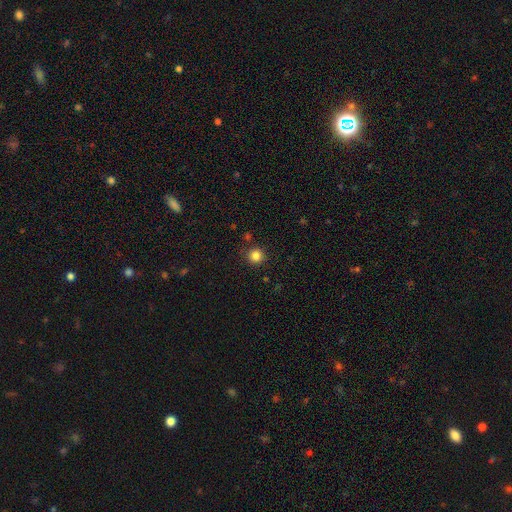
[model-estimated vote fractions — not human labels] Smooth or featured? smooth (84%)
How rounded? round (95%)
Merging? none (89%)